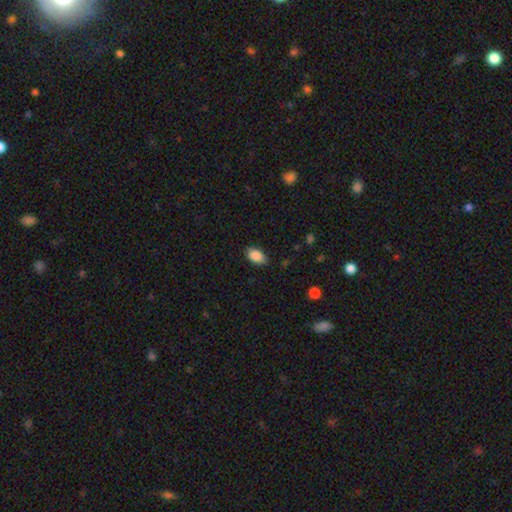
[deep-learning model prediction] The model was most divided on "merging": none: 83%, minor disturbance: 13%, major disturbance: 3%, merger: 1%. More confident: how rounded — in between (92%); smooth or featured — smooth (89%).